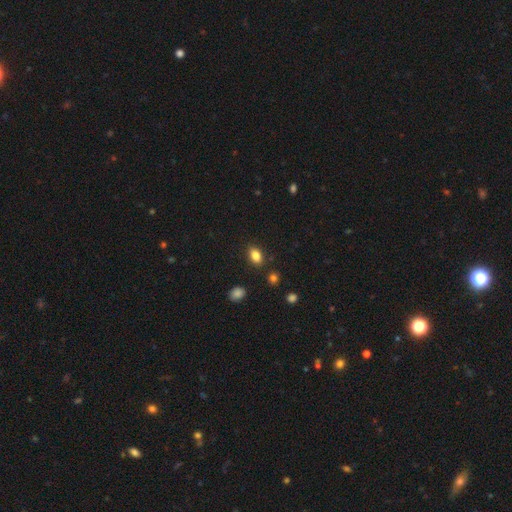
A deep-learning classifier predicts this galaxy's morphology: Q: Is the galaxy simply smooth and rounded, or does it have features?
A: smooth — 84%.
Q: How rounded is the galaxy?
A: in between — 82%.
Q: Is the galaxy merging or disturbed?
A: none — 86%.